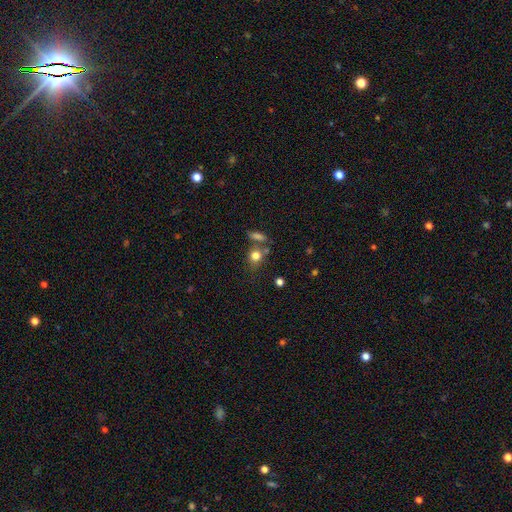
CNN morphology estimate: A smooth galaxy with no disk features (79%) that is round (67%).

Vote fractions:
- Smooth or featured? smooth: 79% / star or artifact: 11% / featured or disk: 9%
- How rounded? round: 67% / in between: 30% / cigar-shaped: 3%
- Merging? none: 57% / merger: 23% / minor disturbance: 14% / major disturbance: 6%